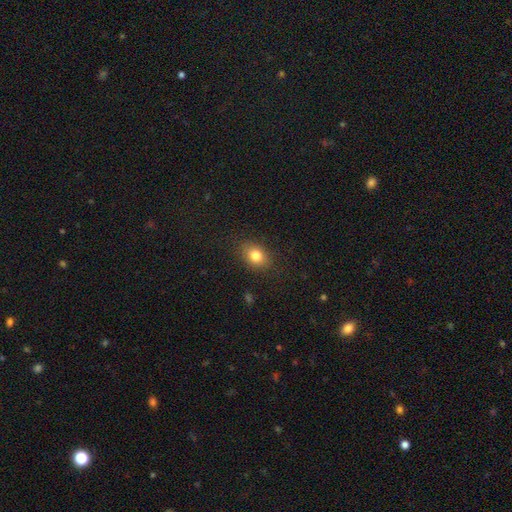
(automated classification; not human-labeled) A smooth galaxy with no disk features (81%) that is in between round and cigar-shaped (62%).

Vote fractions:
- Smooth or featured? smooth: 81% / star or artifact: 11% / featured or disk: 9%
- How rounded? in between: 62% / round: 37% / cigar-shaped: 1%
- Merging? none: 85% / minor disturbance: 11% / major disturbance: 3% / merger: 1%